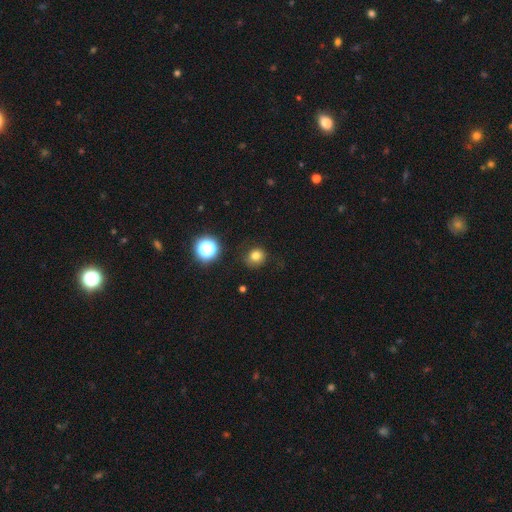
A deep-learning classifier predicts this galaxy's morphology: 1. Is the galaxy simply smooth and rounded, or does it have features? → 78% smooth, 16% star or artifact, 7% featured or disk.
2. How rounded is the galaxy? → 83% round, 16% in between, 1% cigar-shaped.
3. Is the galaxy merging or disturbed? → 82% none, 13% minor disturbance, 4% major disturbance, 2% merger.